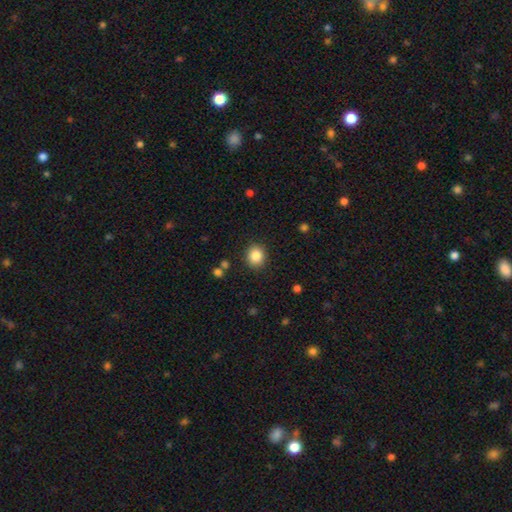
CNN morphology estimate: Smooth or featured? Predicted: smooth (p=0.85). How rounded? Predicted: round (p=0.75). Merging? Predicted: none (p=0.89).